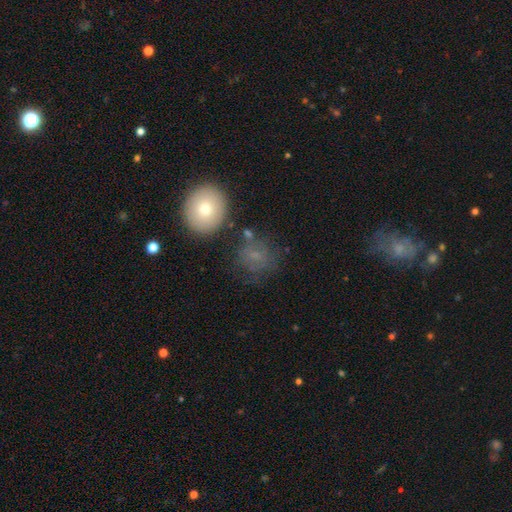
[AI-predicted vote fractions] Smooth or featured?
  - smooth: 62% *
  - featured or disk: 21%
  - star or artifact: 17%
How rounded?
  - round: 77% *
  - in between: 22%
  - cigar-shaped: 1%
Merging?
  - none: 65% *
  - minor disturbance: 18%
  - major disturbance: 11%
  - merger: 6%